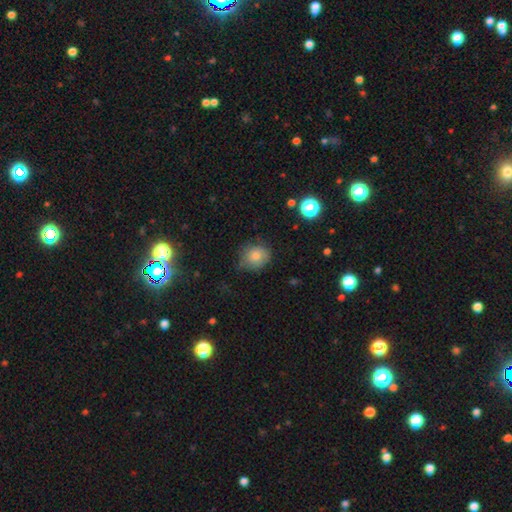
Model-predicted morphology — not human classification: smooth-or-featured: smooth: 71% | star or artifact: 15% | featured or disk: 13%
  how-rounded: round: 72% | in between: 27% | cigar-shaped: 1%
  merging: none: 65% | minor disturbance: 26% | major disturbance: 7% | merger: 2%